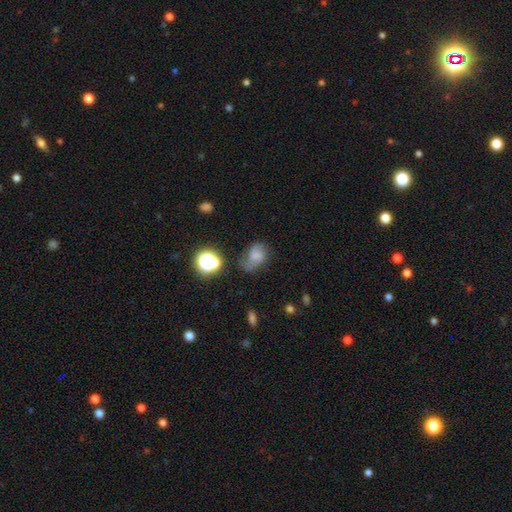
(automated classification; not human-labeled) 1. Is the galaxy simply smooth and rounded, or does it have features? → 51% smooth, 32% featured or disk, 17% star or artifact.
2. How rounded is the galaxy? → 68% in between, 31% round, 1% cigar-shaped.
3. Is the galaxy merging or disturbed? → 41% none, 30% minor disturbance, 22% major disturbance, 6% merger.